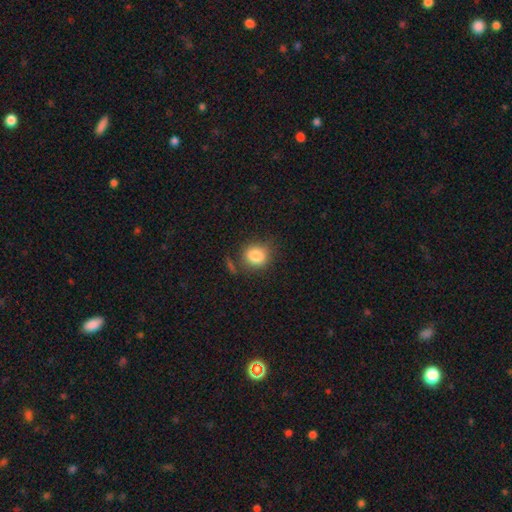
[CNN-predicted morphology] Overall: smooth (84%). How rounded: round (71%). Merging: none (74%).